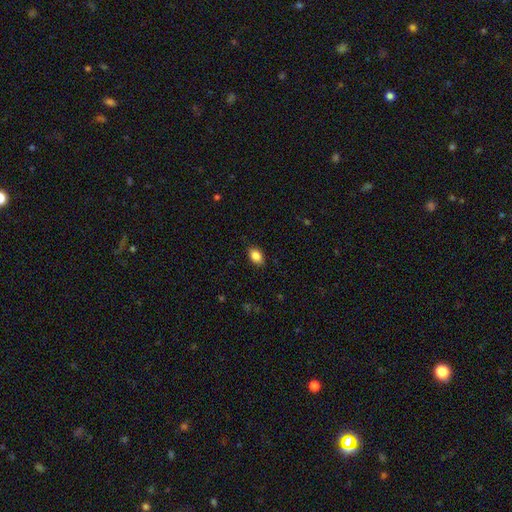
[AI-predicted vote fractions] Q: Smooth or featured?
A: smooth (85%); runner-up: star or artifact (8%)
Q: How rounded?
A: in between (84%); runner-up: round (14%)
Q: Merging?
A: none (85%); runner-up: minor disturbance (11%)